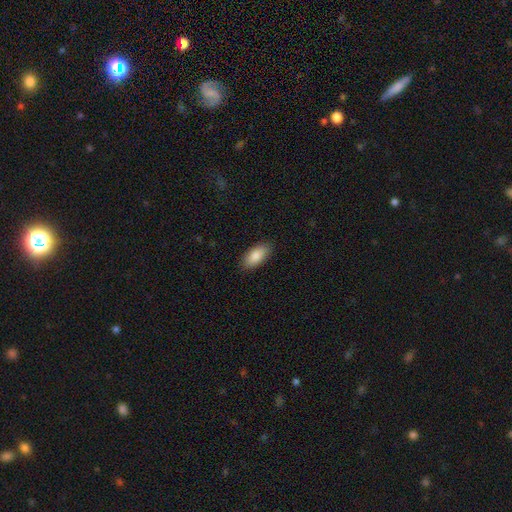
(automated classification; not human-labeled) smooth 85%, featured or disk 9%, star or artifact 6%. Down the decision tree: how rounded — in between (90%); merging — none (87%).